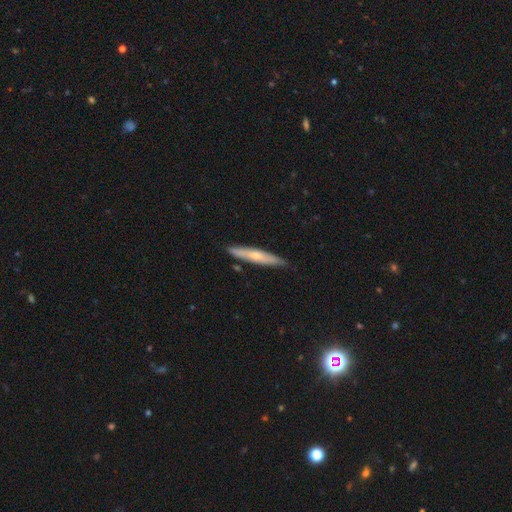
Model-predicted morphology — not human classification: A smooth galaxy with no disk features (50%) that is cigar-shaped (90%). Merging: none (82%).